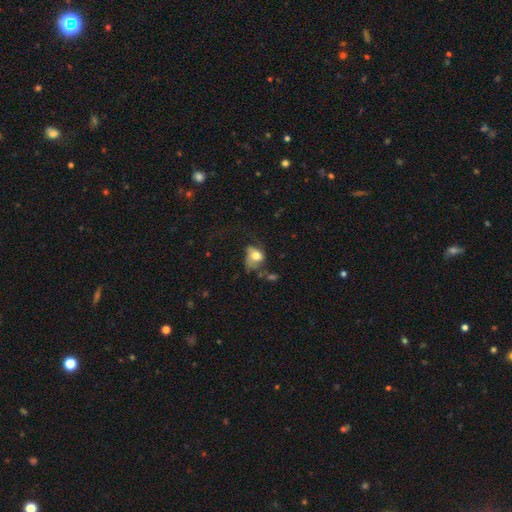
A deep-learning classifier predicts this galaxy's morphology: Smooth or featured?
  - smooth: 62% *
  - featured or disk: 28%
  - star or artifact: 10%
How rounded?
  - in between: 62% *
  - round: 37%
  - cigar-shaped: 1%
Merging?
  - major disturbance: 39% *
  - minor disturbance: 26%
  - none: 26%
  - merger: 10%